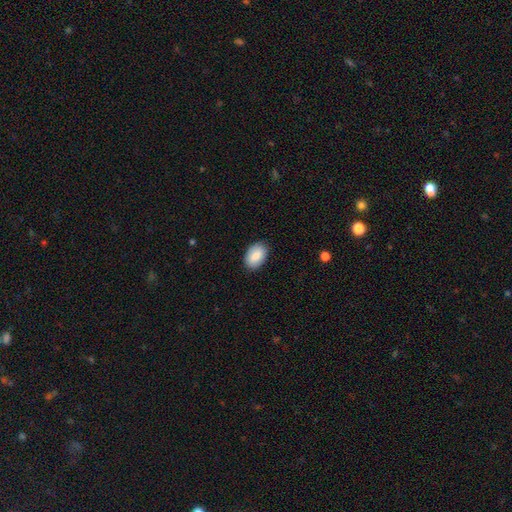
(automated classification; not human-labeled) smooth-or-featured: smooth: 85% | featured or disk: 9% | star or artifact: 6%
  how-rounded: in between: 90% | round: 9% | cigar-shaped: 1%
  merging: none: 86% | minor disturbance: 10% | major disturbance: 2% | merger: 1%